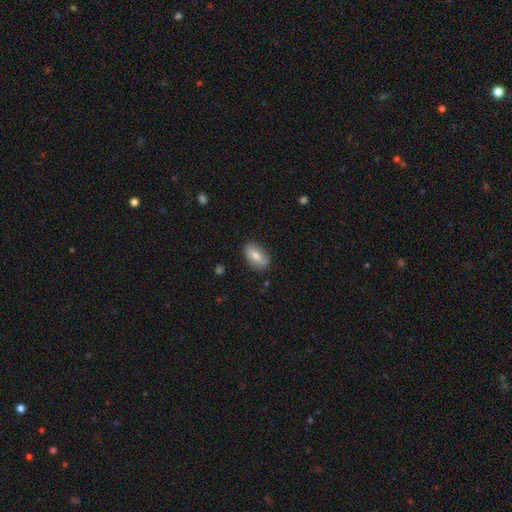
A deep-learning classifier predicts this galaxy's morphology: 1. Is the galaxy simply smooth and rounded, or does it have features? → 70% smooth, 23% featured or disk, 7% star or artifact.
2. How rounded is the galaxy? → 90% in between, 5% cigar-shaped, 5% round.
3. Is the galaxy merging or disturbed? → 83% none, 13% minor disturbance, 3% major disturbance, 1% merger.